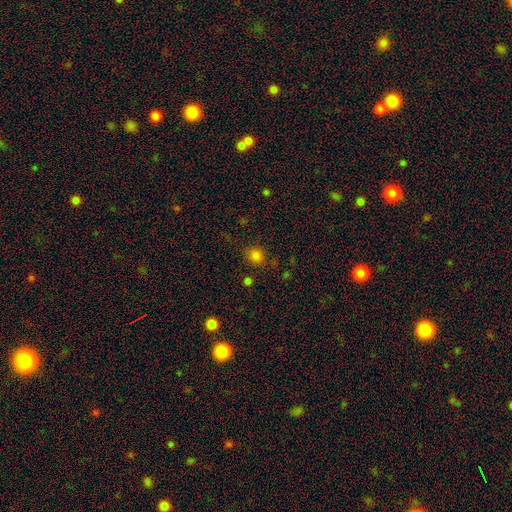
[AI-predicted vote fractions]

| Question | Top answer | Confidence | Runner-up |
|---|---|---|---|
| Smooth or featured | smooth | 79% | star or artifact (17%) |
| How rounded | round | 77% | in between (22%) |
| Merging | none | 80% | minor disturbance (12%) |